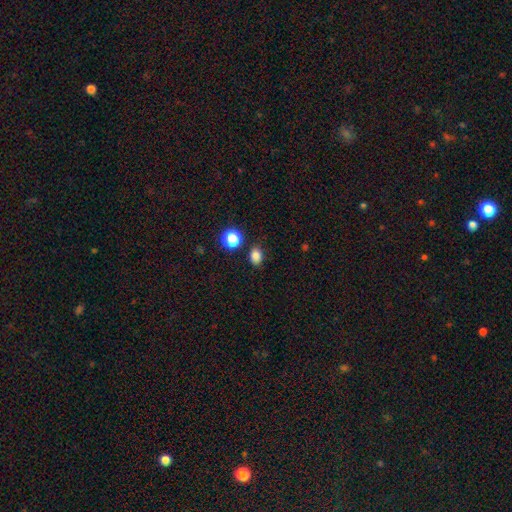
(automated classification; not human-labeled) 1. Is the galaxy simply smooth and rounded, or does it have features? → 83% smooth, 13% star or artifact, 4% featured or disk.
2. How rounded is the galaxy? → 55% in between, 44% round, 1% cigar-shaped.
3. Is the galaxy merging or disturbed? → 83% none, 10% minor disturbance, 4% merger, 3% major disturbance.